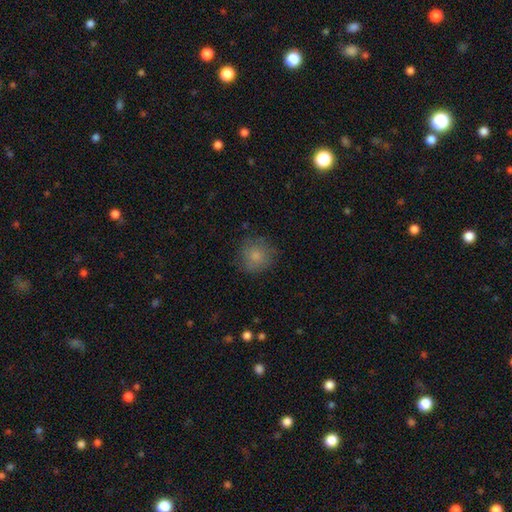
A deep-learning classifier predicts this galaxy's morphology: Smooth or featured: smooth — 79% (featured or disk — 12%)
How rounded: round — 91% (in between — 8%)
Merging: none — 77% (minor disturbance — 16%)